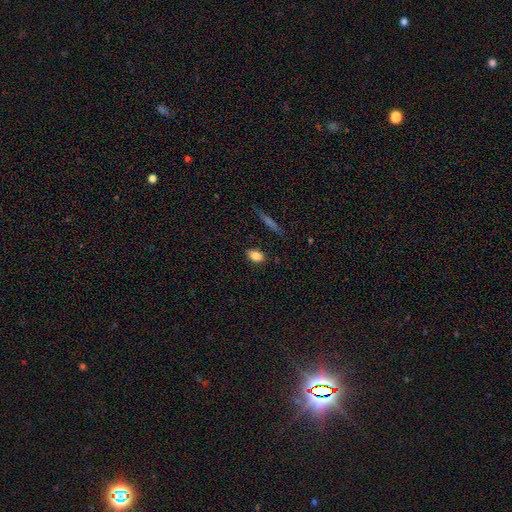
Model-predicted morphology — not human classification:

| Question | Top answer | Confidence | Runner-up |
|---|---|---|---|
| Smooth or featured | smooth | 85% | star or artifact (9%) |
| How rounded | in between | 84% | round (12%) |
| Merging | none | 85% | minor disturbance (11%) |